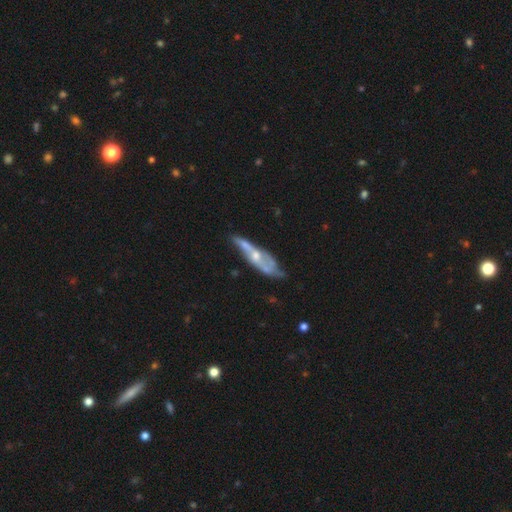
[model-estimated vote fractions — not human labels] Smooth or featured: featured or disk — 68% (smooth — 25%)
Edge-on disk: no — 63% (yes — 37%)
Merging: none — 43% (minor disturbance — 27%)